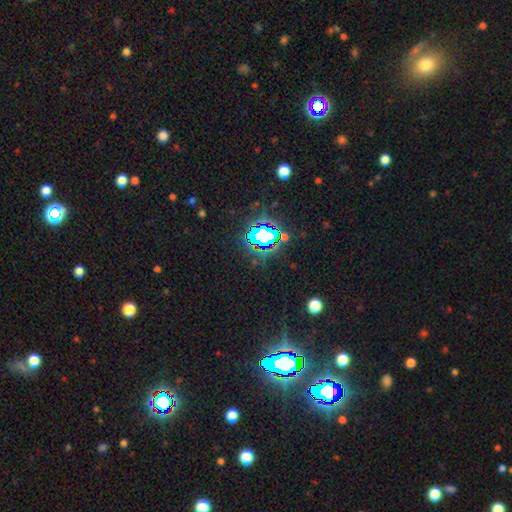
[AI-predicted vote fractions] A star or artifact, not a galaxy (83%).